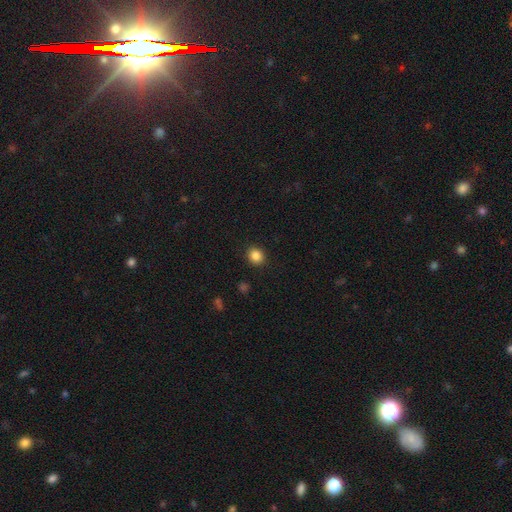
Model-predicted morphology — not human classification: type=smooth (86%); roundness=round (75%); merging=none (91%).